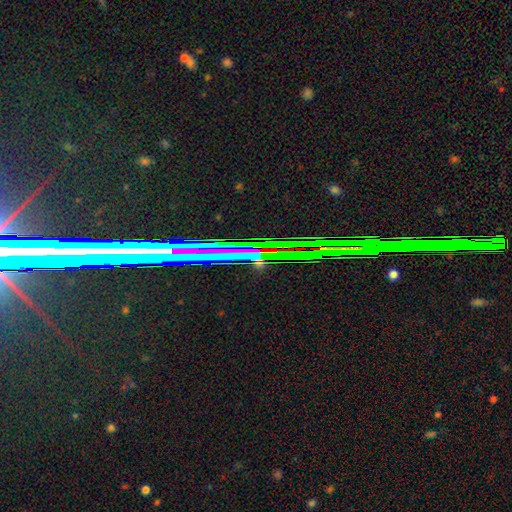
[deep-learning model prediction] Smooth or featured: star or artifact — 79% (featured or disk — 13%)